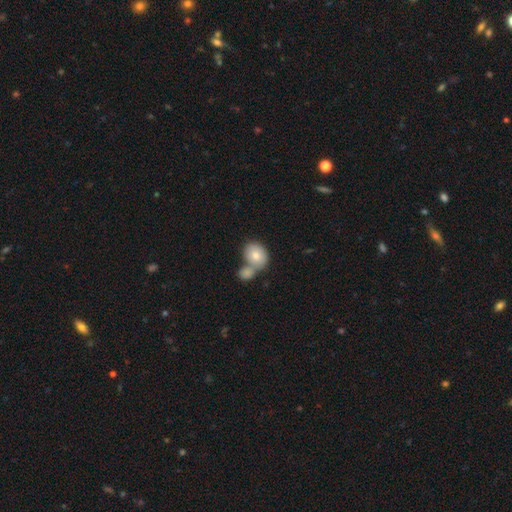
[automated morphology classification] Q: Smooth or featured?
A: smooth (79%); runner-up: featured or disk (14%)
Q: How rounded?
A: round (59%); runner-up: in between (40%)
Q: Merging?
A: merger (56%); runner-up: none (32%)